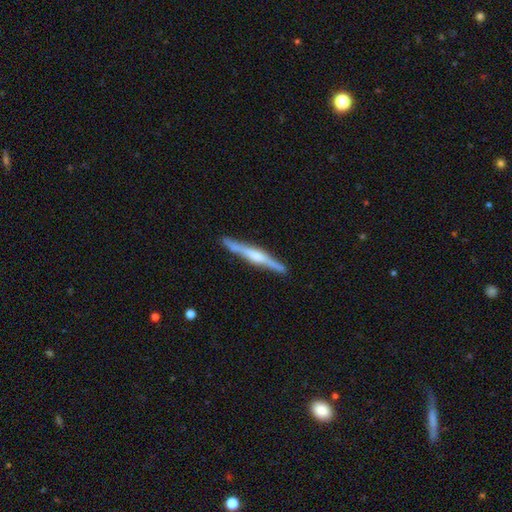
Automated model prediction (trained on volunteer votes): Smooth or featured?
  - featured or disk: 77% *
  - smooth: 19%
  - star or artifact: 5%
Edge-on disk?
  - yes: 98% *
  - no: 2%
Edge-on bulge?
  - rounded: 65% *
  - boxy: 25%
  - none: 11%
Merging?
  - none: 89% *
  - minor disturbance: 8%
  - major disturbance: 2%
  - merger: 1%